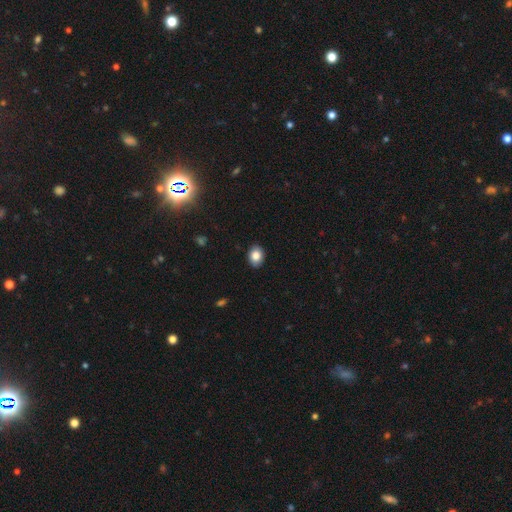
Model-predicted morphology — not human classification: Smooth or featured? smooth (85%)
How rounded? in between (61%)
Merging? none (89%)